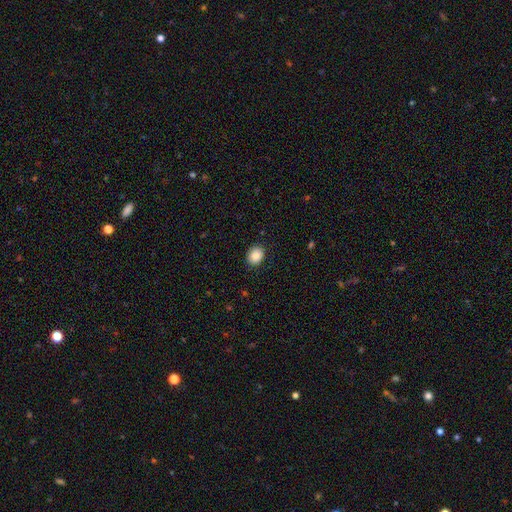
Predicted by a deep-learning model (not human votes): Morphology: type=smooth (88%); roundness=round (57%); merging=none (89%).